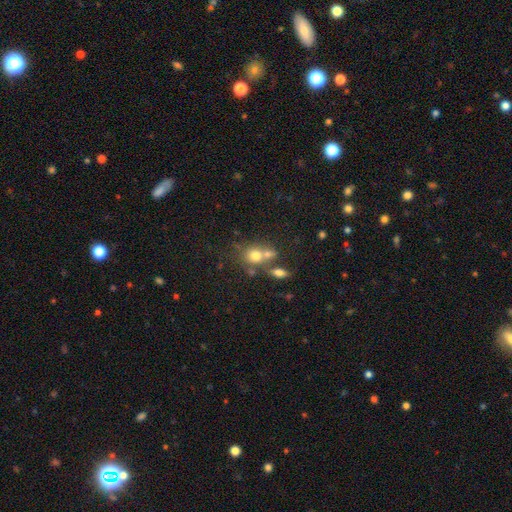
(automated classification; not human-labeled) A smooth galaxy with no disk features (72%) that is round (71%).

Vote fractions:
- Smooth or featured? smooth: 72% / featured or disk: 16% / star or artifact: 13%
- How rounded? round: 71% / in between: 28% / cigar-shaped: 1%
- Merging? merger: 45% / none: 40% / minor disturbance: 10% / major disturbance: 5%